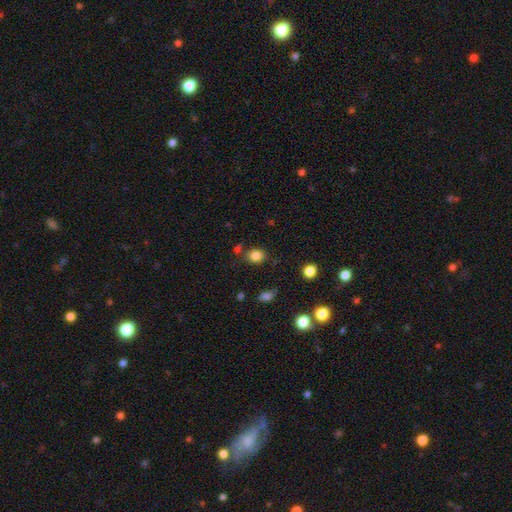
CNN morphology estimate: Smooth or featured? Predicted: smooth (p=0.83). How rounded? Predicted: round (p=0.60). Merging? Predicted: none (p=0.77).